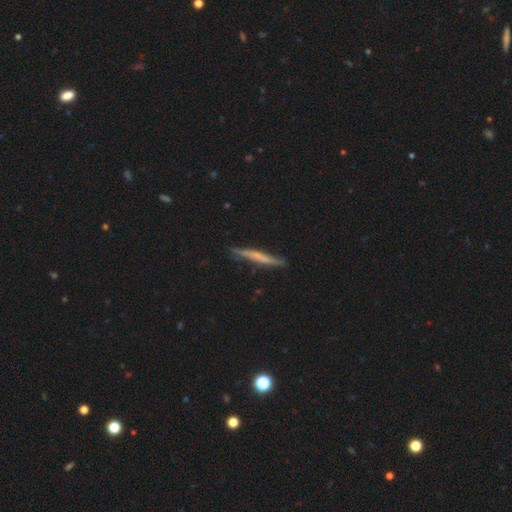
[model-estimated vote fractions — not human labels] Smooth or featured?
  - featured or disk: 47% * (tied)
  - smooth: 47% * (tied)
  - star or artifact: 6%
Merging?
  - none: 86% *
  - minor disturbance: 11%
  - major disturbance: 2%
  - merger: 1%